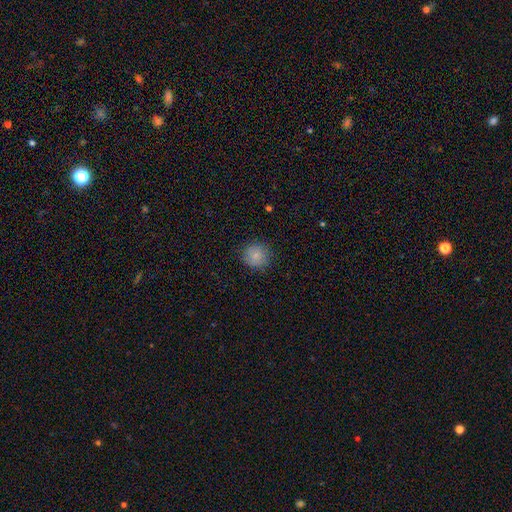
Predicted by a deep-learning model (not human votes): Morphology: type=smooth (83%); roundness=round (92%); merging=none (87%).